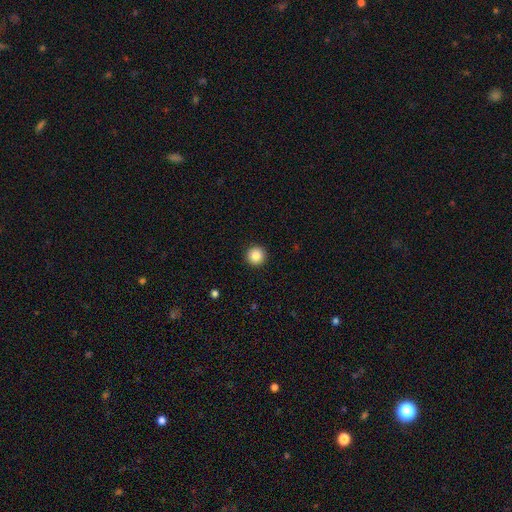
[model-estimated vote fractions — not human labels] Morphology: type=smooth (86%); roundness=round (96%); merging=none (93%).